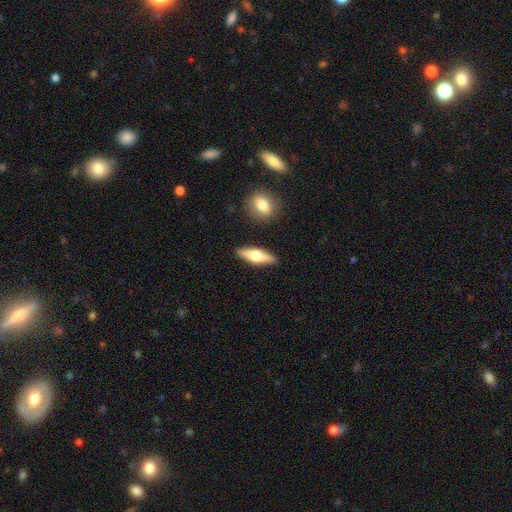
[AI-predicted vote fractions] Q: Smooth or featured?
A: featured or disk (50%); runner-up: smooth (44%)
Q: Merging?
A: none (87%); runner-up: minor disturbance (8%)